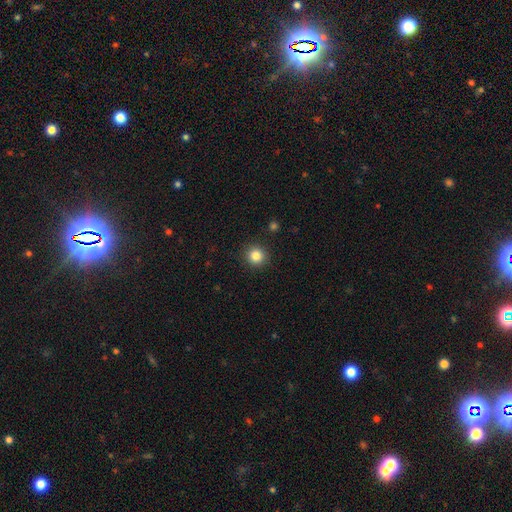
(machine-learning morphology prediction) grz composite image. It shows a smooth galaxy with no disk features (84%) that is round (93%). Merging: none (91%).